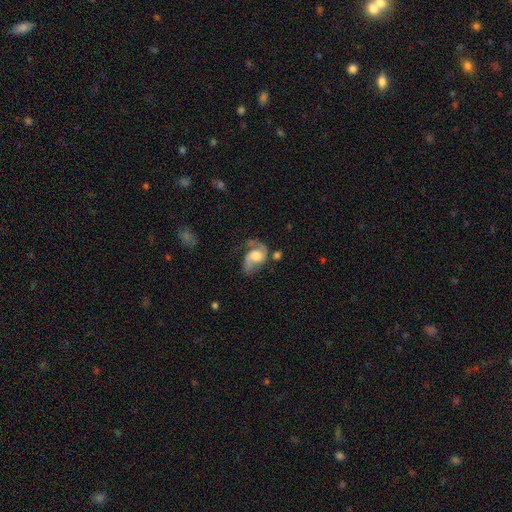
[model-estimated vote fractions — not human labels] Q: Smooth or featured?
A: featured or disk (80%); runner-up: smooth (14%)
Q: Edge-on disk?
A: no (97%); runner-up: yes (3%)
Q: Bar?
A: no (53%); runner-up: weak (38%)
Q: Spiral arms?
A: yes (94%); runner-up: no (6%)
Q: Spiral winding?
A: loose (45%); tied with: medium (45%)
Q: Spiral arm count?
A: 2 (82%); runner-up: 1 (11%)
Q: Bulge size?
A: moderate (42%); runner-up: large (30%)
Q: Merging?
A: none (46%); runner-up: major disturbance (24%)